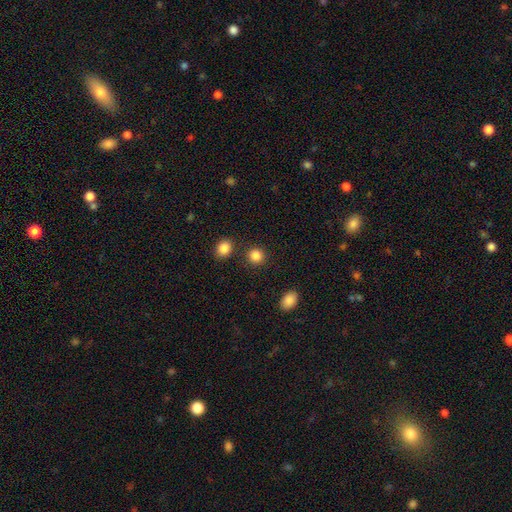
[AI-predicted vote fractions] The model was most divided on "smooth or featured": smooth: 87%, star or artifact: 10%, featured or disk: 3%. More confident: how rounded — round (89%); merging — none (87%).